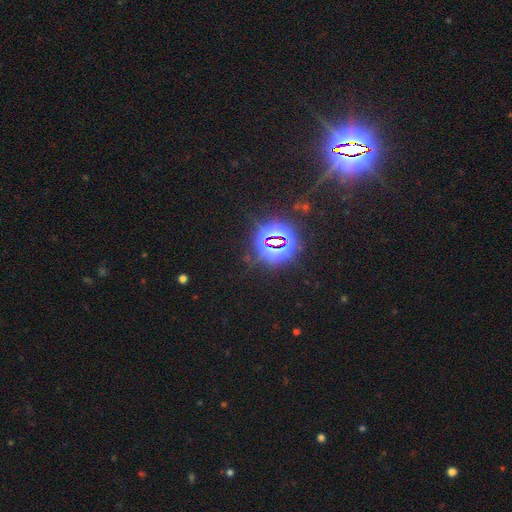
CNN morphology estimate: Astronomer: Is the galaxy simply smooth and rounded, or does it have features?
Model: star or artifact — 83%.